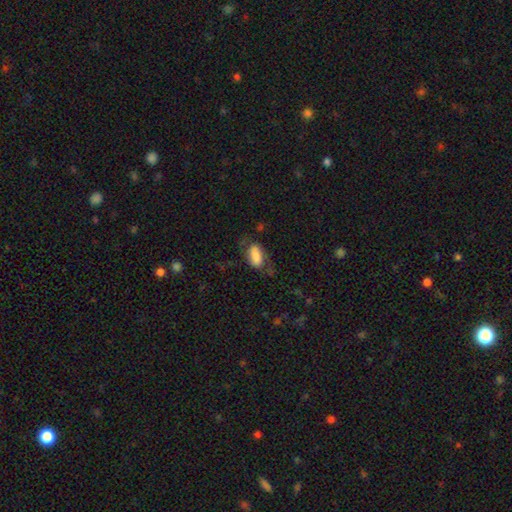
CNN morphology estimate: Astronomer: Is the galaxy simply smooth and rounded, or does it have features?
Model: smooth — 69%.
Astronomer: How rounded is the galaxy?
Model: in between — 90%.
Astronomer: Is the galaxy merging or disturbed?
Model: none — 53%.